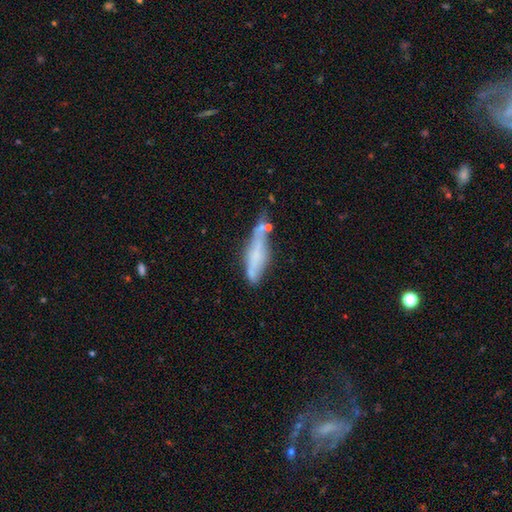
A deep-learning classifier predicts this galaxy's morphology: This is possibly a smooth galaxy (47%). Merging: possibly none (48%).